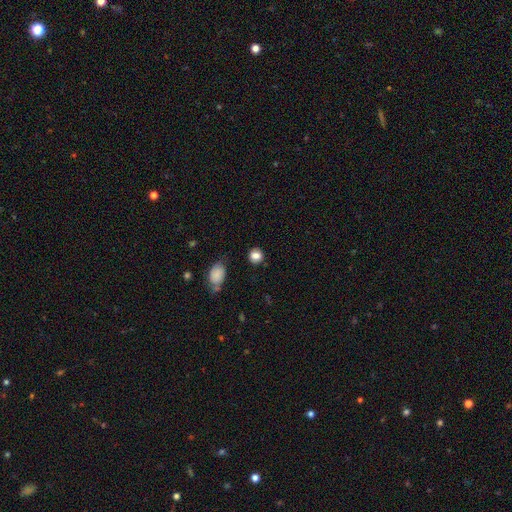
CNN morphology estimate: smooth_or_featured: smooth (p=0.84) [alt: star or artifact p=0.10]
how_rounded: round (p=0.85) [alt: in between p=0.14]
merging: none (p=0.83) [alt: minor disturbance p=0.11]